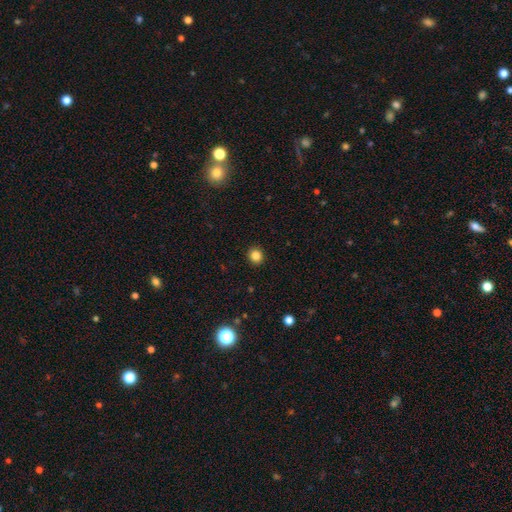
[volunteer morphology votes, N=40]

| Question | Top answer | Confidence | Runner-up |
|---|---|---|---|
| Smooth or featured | smooth | 88% | star or artifact (12%) |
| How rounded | round | 100% | — |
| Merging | none | 100% | — |